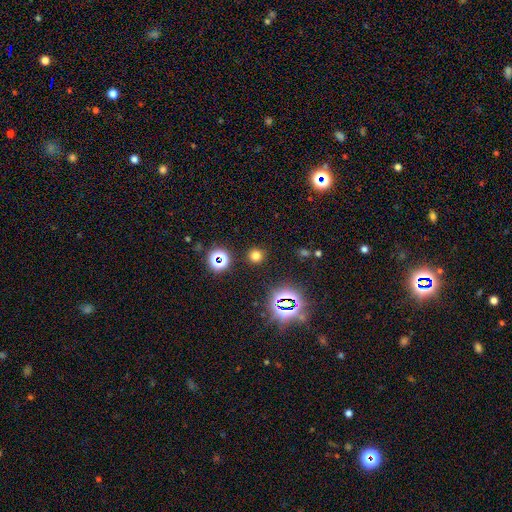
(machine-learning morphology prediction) Smooth or featured: smooth — 68% (star or artifact — 26%)
How rounded: round — 94% (in between — 5%)
Merging: none — 90% (minor disturbance — 6%)